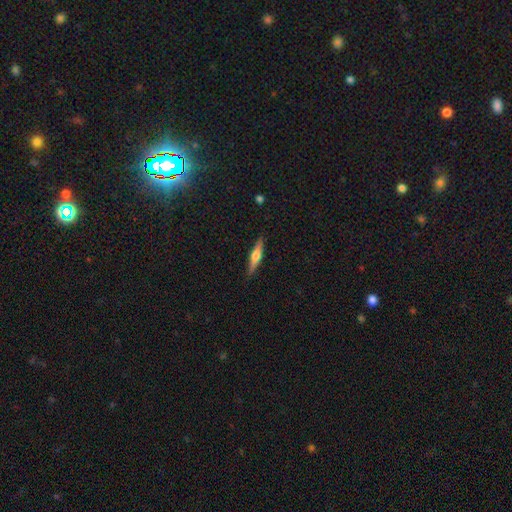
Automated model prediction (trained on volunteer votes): Smooth or featured?
  - featured or disk: 58% *
  - smooth: 37%
  - star or artifact: 6%
Edge-on disk?
  - yes: 96% *
  - no: 4%
Edge-on bulge?
  - rounded: 90% *
  - boxy: 5%
  - none: 4%
Merging?
  - none: 89% *
  - minor disturbance: 8%
  - major disturbance: 2%
  - merger: 1%